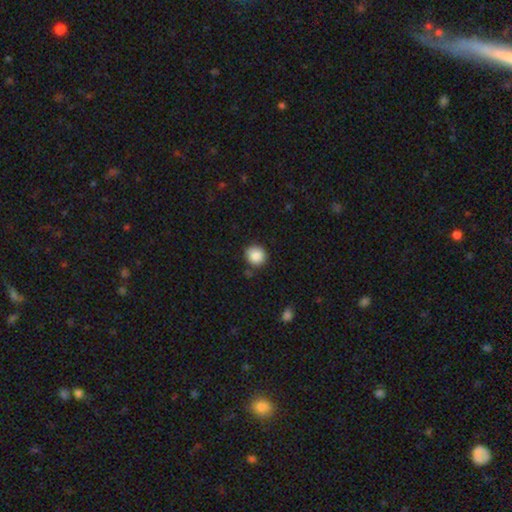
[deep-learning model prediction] Smooth or featured? Predicted: smooth (p=0.87). How rounded? Predicted: round (p=0.90). Merging? Predicted: none (p=0.85).